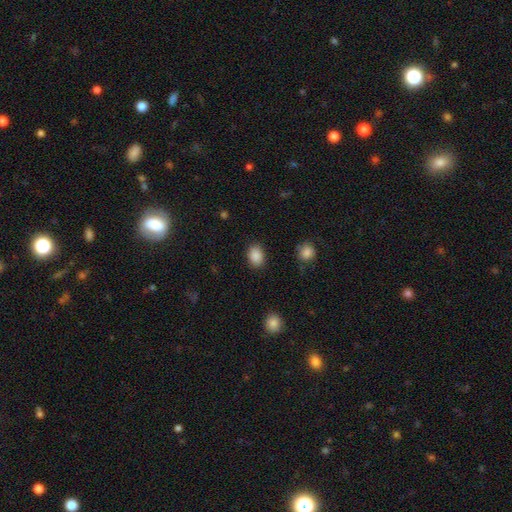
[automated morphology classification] smooth-or-featured: smooth: 88% | star or artifact: 8% | featured or disk: 4%
  how-rounded: in between: 72% | round: 27% | cigar-shaped: 1%
  merging: none: 87% | minor disturbance: 9% | major disturbance: 3% | merger: 1%